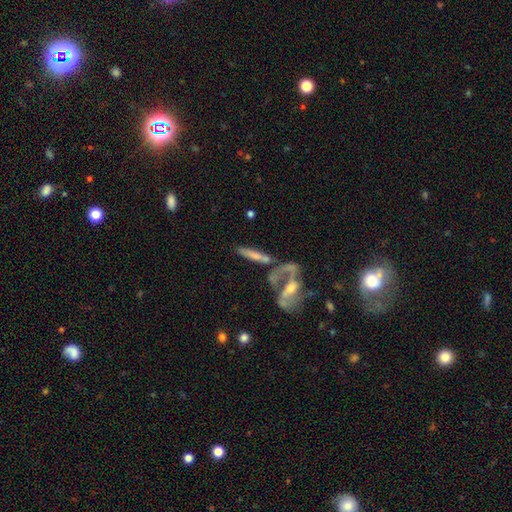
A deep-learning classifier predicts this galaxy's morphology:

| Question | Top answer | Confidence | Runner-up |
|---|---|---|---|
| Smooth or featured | smooth | 48% | featured or disk (43%) |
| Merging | none | 39% | merger (34%) |